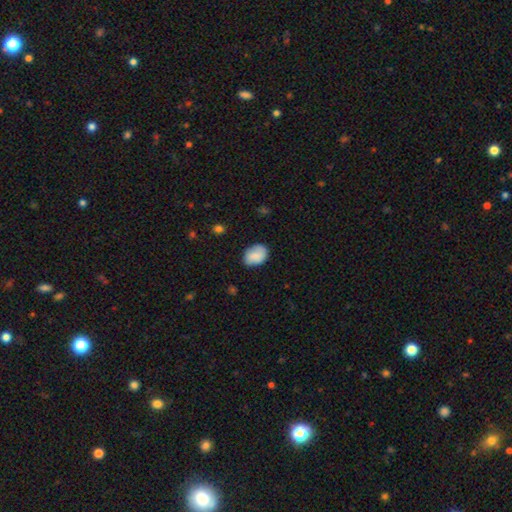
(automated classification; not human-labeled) smooth_or_featured: smooth (p=0.82) [alt: featured or disk p=0.11]
how_rounded: in between (p=0.75) [alt: round p=0.24]
merging: none (p=0.74) [alt: minor disturbance p=0.21]